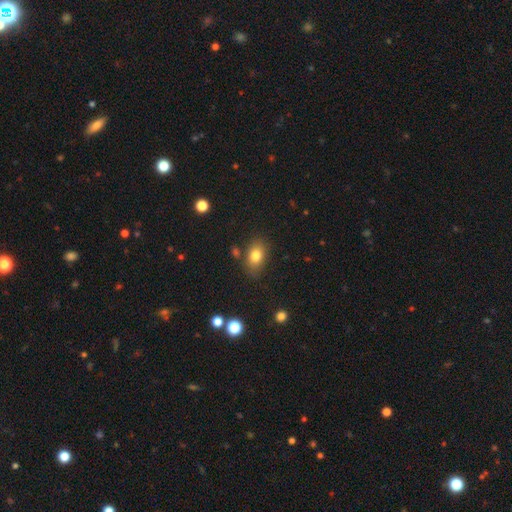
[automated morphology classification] The model was most divided on "how rounded": in between: 78%, round: 21%, cigar-shaped: 2%. More confident: smooth or featured — smooth (80%); merging — none (77%).